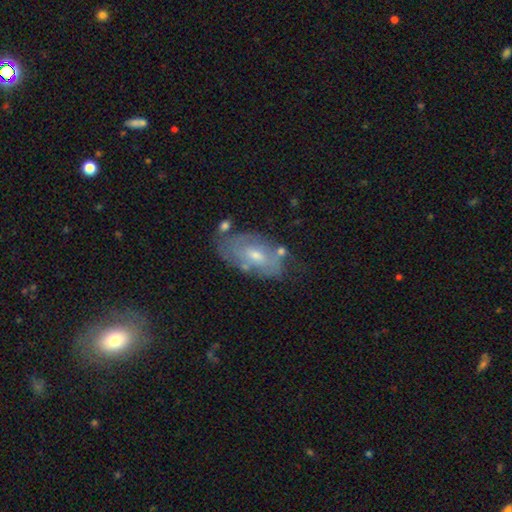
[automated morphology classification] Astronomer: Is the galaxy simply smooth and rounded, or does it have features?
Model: featured or disk — 62%.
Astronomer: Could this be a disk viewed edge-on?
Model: no — 92%.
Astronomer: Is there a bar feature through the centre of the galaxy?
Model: no — 54% (runner-up: weak, 39%).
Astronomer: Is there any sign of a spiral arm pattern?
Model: yes — 68%.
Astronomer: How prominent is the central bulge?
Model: moderate — 49% (runner-up: small, 46%).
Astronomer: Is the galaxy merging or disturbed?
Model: none — 59%.